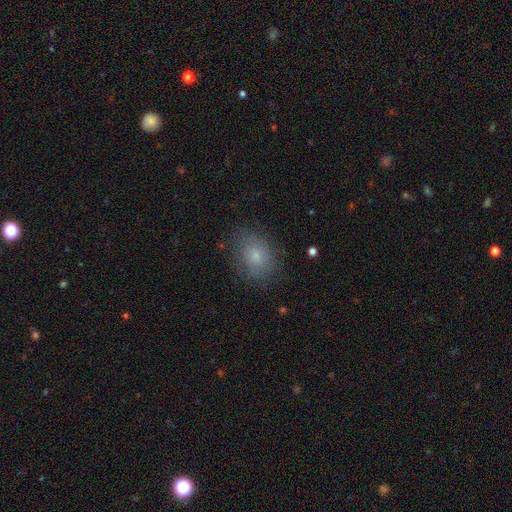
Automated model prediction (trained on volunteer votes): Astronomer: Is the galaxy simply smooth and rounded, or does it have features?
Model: smooth — 76%.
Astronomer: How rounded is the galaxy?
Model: in between — 57% (runner-up: round, 42%).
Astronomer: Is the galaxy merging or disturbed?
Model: none — 77%.